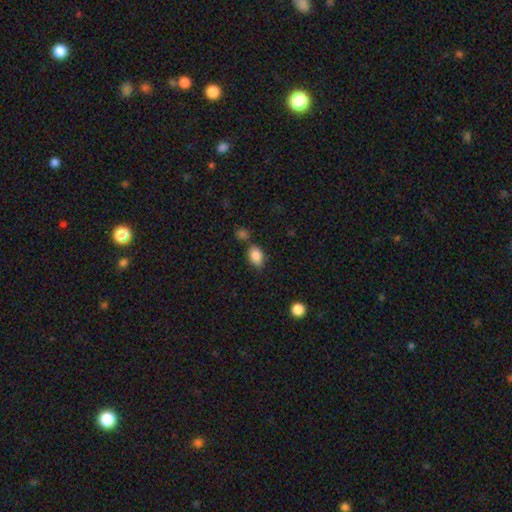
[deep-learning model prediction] Smooth or featured: smooth — 85% (star or artifact — 9%)
How rounded: in between — 78% (round — 21%)
Merging: none — 71% (minor disturbance — 16%)